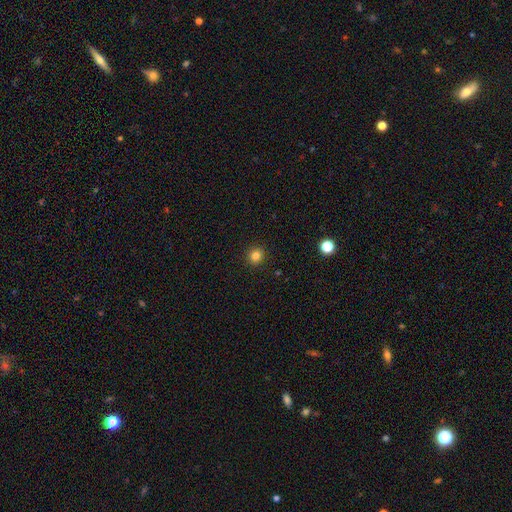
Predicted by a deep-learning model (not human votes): Smooth or featured? Predicted: smooth (p=0.83). How rounded? Predicted: round (p=0.92). Merging? Predicted: none (p=0.92).